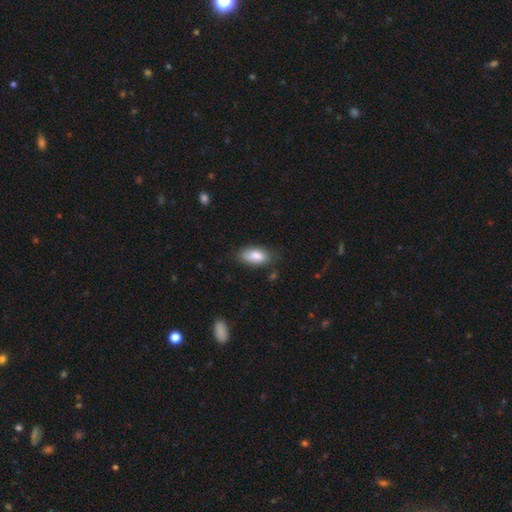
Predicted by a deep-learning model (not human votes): Q: Smooth or featured?
A: smooth (86%); runner-up: featured or disk (8%)
Q: How rounded?
A: in between (91%); runner-up: cigar-shaped (6%)
Q: Merging?
A: none (77%); runner-up: minor disturbance (18%)